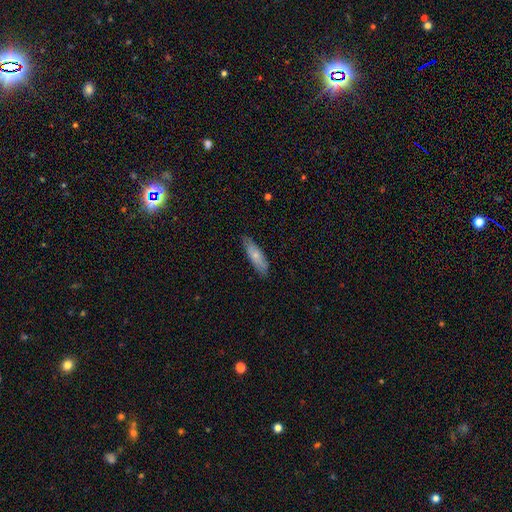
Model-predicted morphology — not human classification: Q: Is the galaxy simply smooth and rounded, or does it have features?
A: smooth — 68%.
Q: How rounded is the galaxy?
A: cigar-shaped — 51%.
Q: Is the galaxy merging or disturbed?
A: none — 81%.